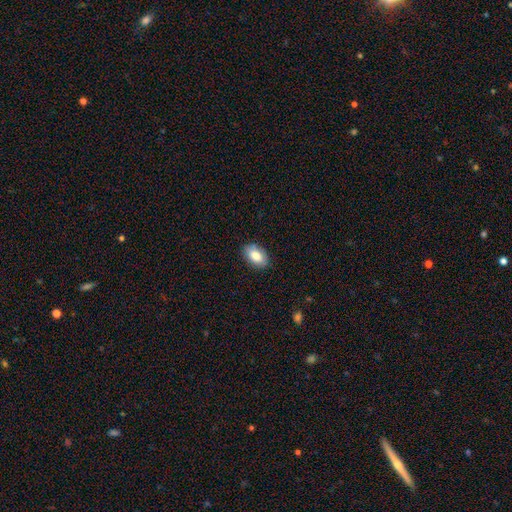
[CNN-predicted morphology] Overall: smooth (82%). How rounded: in between (92%). Merging: none (85%).